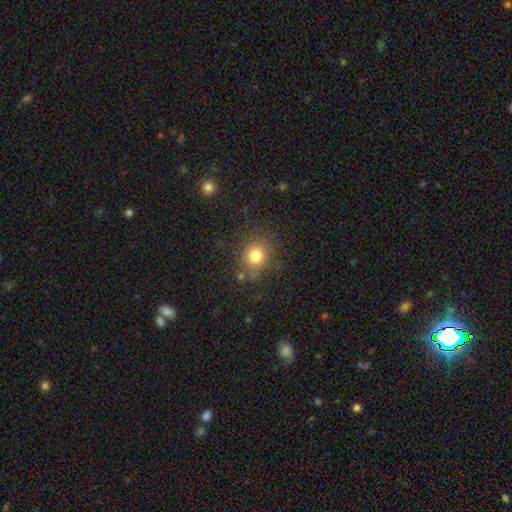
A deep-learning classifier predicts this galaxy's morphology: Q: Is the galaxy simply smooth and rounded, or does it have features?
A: smooth — 78%.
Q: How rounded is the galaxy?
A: round — 78%.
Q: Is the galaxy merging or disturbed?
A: none — 76%.